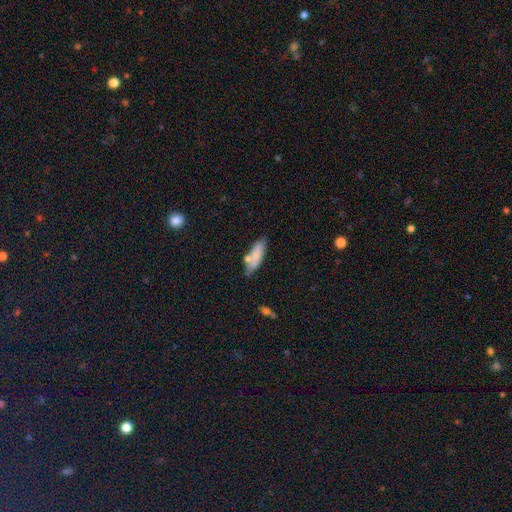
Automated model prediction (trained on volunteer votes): Smooth or featured: smooth — 73% (featured or disk — 20%)
How rounded: in between — 63% (cigar-shaped — 35%)
Merging: none — 59% (minor disturbance — 21%)